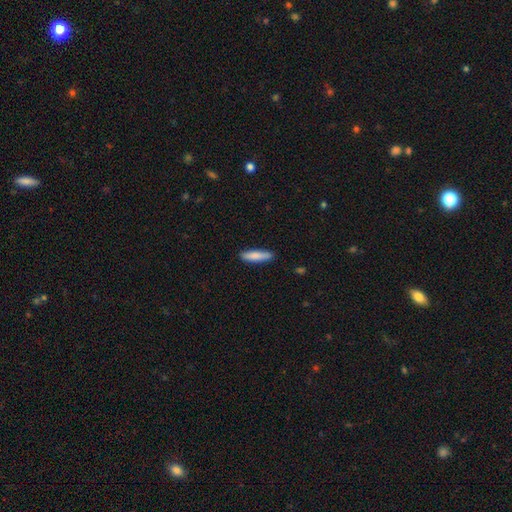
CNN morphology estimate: Q: Smooth or featured?
A: smooth (82%); runner-up: featured or disk (12%)
Q: How rounded?
A: cigar-shaped (80%); runner-up: in between (18%)
Q: Merging?
A: none (88%); runner-up: minor disturbance (9%)